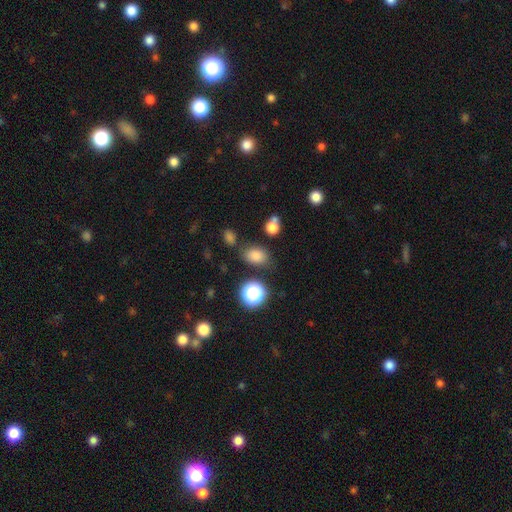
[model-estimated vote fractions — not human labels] smooth 77%, star or artifact 17%, featured or disk 6%. Down the decision tree: how rounded — in between (72%); merging — none (76%).